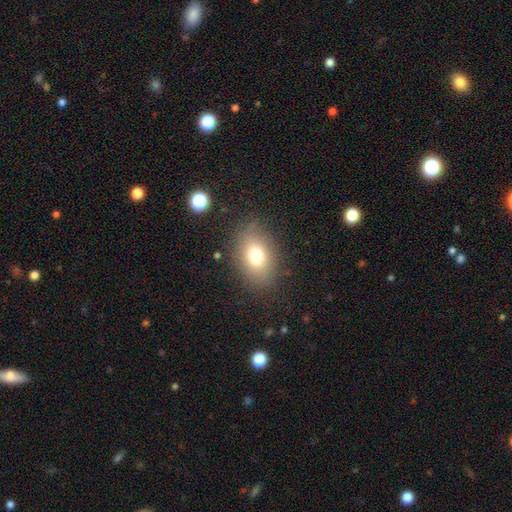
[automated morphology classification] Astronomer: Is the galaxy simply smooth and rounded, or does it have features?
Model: smooth — 74%.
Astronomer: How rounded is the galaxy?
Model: in between — 75%.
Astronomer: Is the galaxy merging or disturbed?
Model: none — 81%.